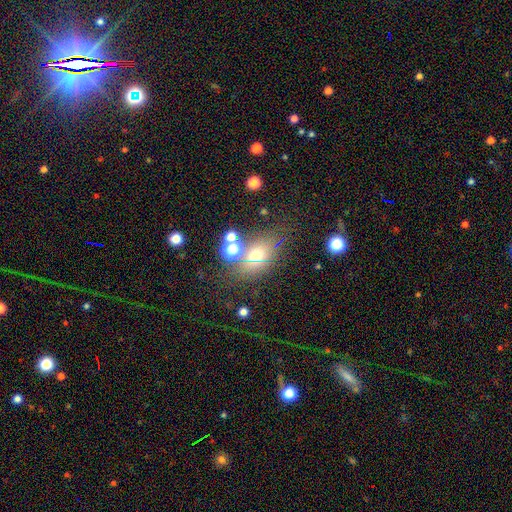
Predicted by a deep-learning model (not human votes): This is possibly a smooth galaxy (55%). How rounded: possibly in between (58%). Merging: likely none (64%).